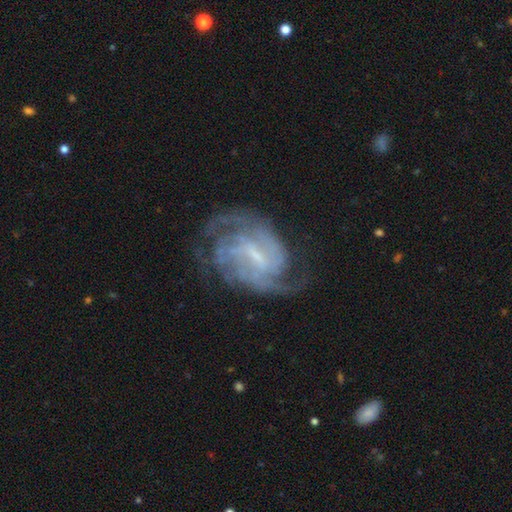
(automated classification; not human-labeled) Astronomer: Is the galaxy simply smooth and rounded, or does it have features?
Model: featured or disk — 87%.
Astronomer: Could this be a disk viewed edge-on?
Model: no — 97%.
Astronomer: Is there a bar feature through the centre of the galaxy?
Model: weak — 55%.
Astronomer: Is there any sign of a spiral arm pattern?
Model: yes — 95%.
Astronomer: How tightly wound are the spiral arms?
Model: tight — 45% (runner-up: medium, 43%).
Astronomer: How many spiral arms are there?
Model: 2 — 34% (runner-up: can't tell, 26%).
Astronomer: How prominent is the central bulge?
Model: small — 53%.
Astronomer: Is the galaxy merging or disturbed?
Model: none — 64%.